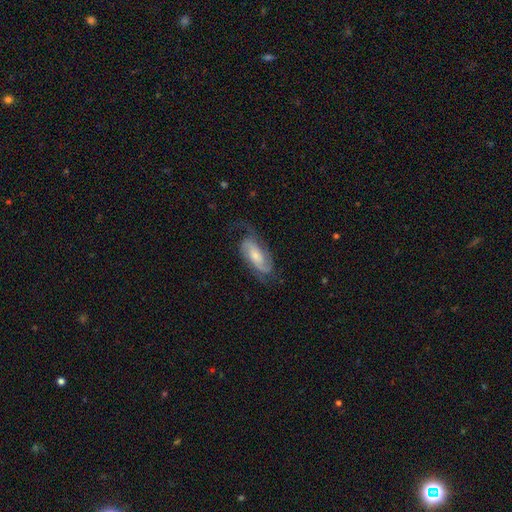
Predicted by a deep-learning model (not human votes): Overall: featured or disk (76%). Edge-on disk: no (93%). Bar: no (55%; weak 33%). Spiral arms: yes (94%). Spiral arm count: 2 (70%). Spiral winding: medium (44%; tight 32%). Bulge size: small (47%; moderate 39%). Merging: none (62%).